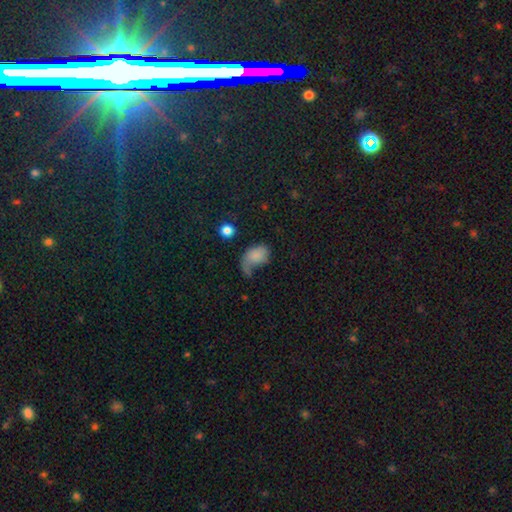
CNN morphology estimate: Smooth or featured? smooth (74%)
How rounded? in between (83%)
Merging? major disturbance (40%)